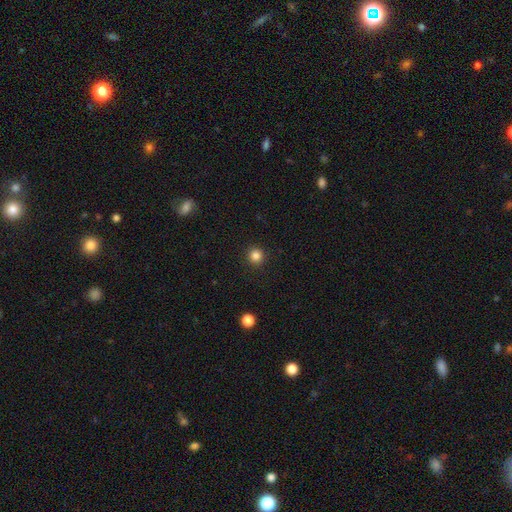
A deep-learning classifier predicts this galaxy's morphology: smooth-or-featured: smooth: 85% | star or artifact: 12% | featured or disk: 4%
  how-rounded: round: 95% | in between: 4% | cigar-shaped: 1%
  merging: none: 92% | minor disturbance: 5% | major disturbance: 2% | merger: 1%